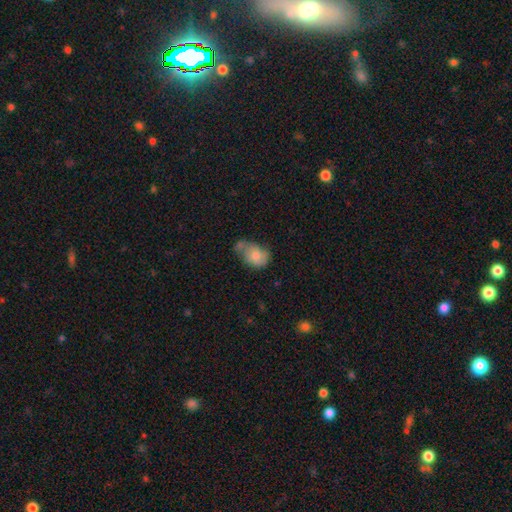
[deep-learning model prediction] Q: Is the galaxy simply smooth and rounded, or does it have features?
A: smooth — 66%.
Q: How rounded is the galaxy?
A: in between — 75%.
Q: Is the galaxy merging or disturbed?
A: minor disturbance — 30%.